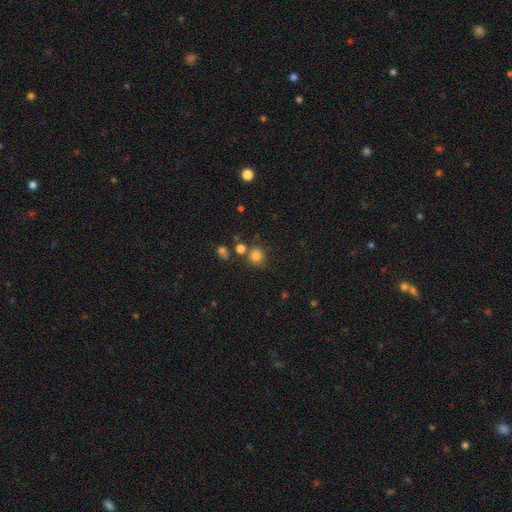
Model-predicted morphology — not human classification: smooth-or-featured: smooth: 81% | star or artifact: 13% | featured or disk: 6%
  how-rounded: round: 86% | in between: 13% | cigar-shaped: 1%
  merging: none: 74% | merger: 11% | minor disturbance: 11% | major disturbance: 4%